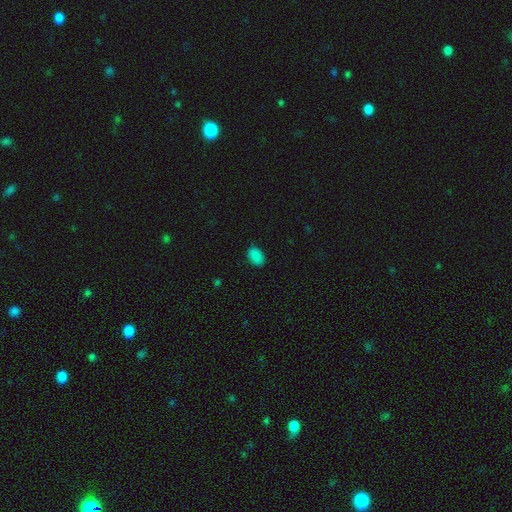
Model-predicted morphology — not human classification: A smooth galaxy with no disk features (86%) that is in between round and cigar-shaped (88%). Merging: none (86%).